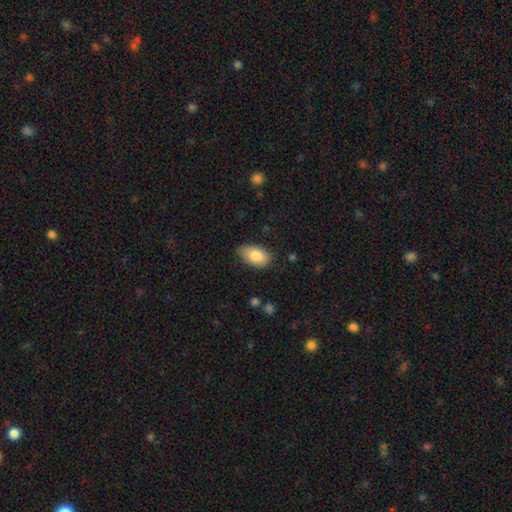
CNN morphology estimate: smooth 84%, featured or disk 10%, star or artifact 7%. Down the decision tree: how rounded — in between (94%); merging — none (79%).